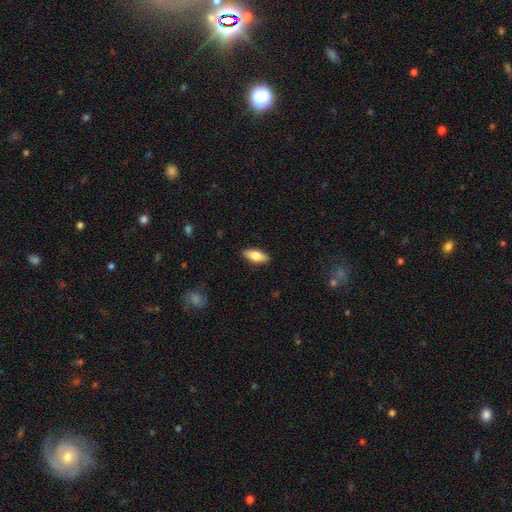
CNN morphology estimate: A smooth galaxy with no disk features (74%) that is in between round and cigar-shaped (79%). Merging: none (88%).